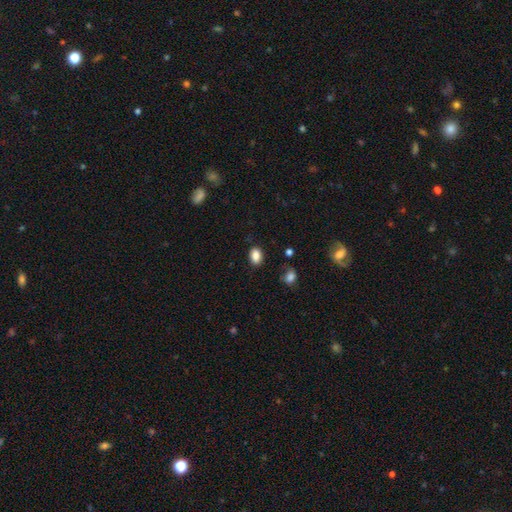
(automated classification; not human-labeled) This appears to be a smooth galaxy with no disk features (87%) that is in between round and cigar-shaped (80%). Merging: none (83%).